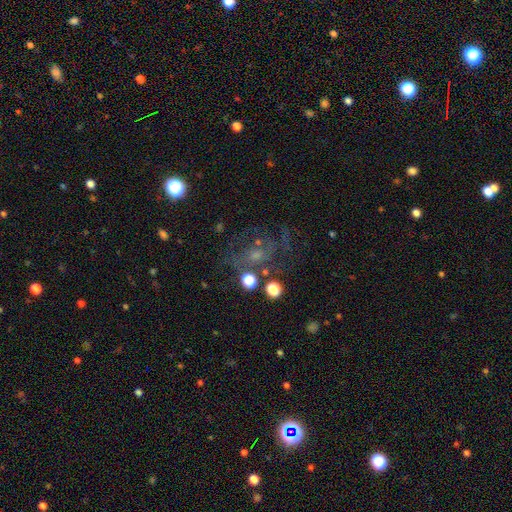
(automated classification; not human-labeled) This is possibly a featured or disk galaxy (47%). Merging: possibly none (52%).